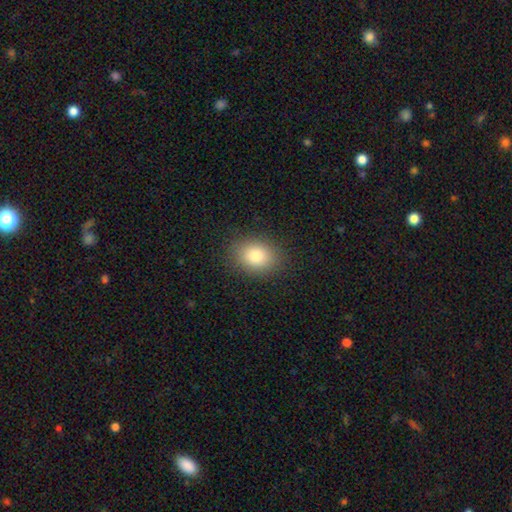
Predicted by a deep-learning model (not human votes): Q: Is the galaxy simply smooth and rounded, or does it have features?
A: smooth — 82%.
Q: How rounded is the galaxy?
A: in between — 69%.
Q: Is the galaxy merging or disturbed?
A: none — 88%.